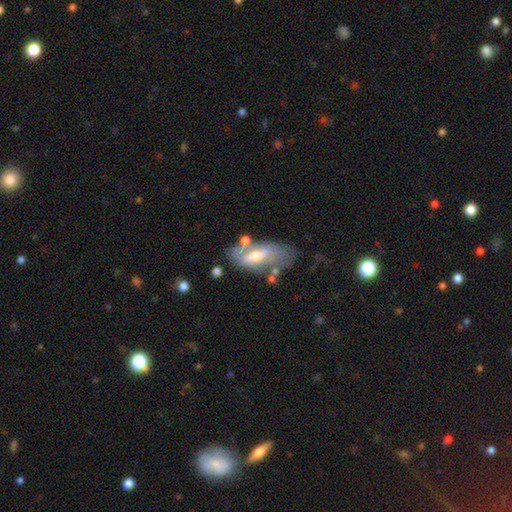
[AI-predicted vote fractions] featured or disk 56%, smooth 37%, star or artifact 7%. Down the decision tree: edge-on disk — no (81%); merging — none (44%).